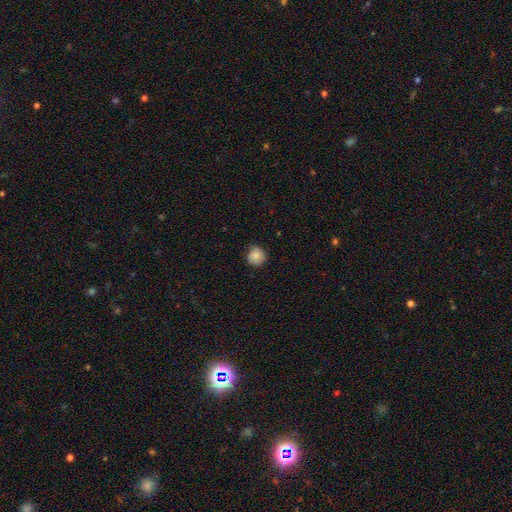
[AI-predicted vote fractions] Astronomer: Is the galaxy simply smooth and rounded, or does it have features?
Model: smooth — 82%.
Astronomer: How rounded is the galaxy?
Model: round — 92%.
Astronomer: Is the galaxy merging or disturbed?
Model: none — 80%.